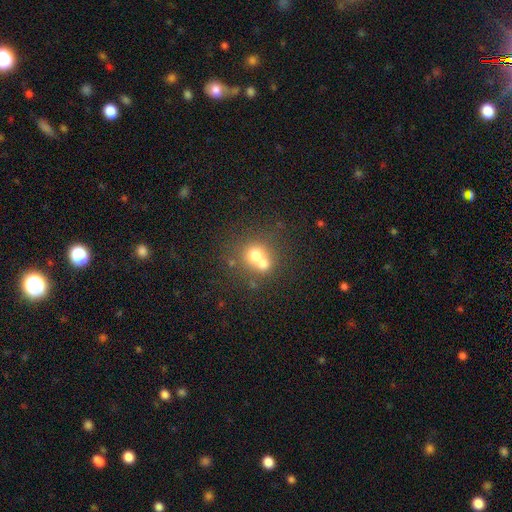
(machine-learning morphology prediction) This is likely a smooth galaxy (66%). How rounded: clearly round (83%). Merging: possibly merger (58%).